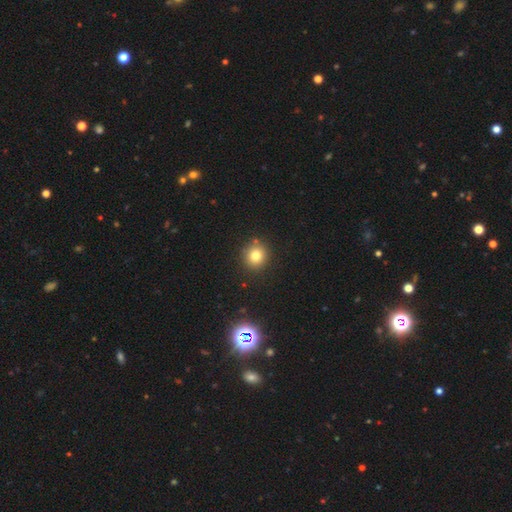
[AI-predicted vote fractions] smooth 78%, star or artifact 15%, featured or disk 7%. Down the decision tree: how rounded — round (90%); merging — none (86%).